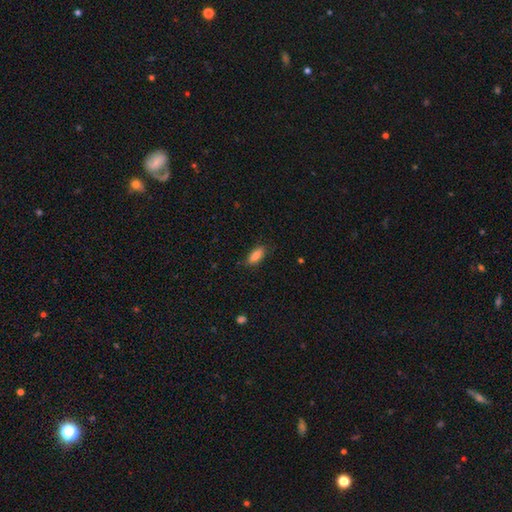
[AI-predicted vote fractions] Morphology: type=smooth (85%); roundness=in between (78%); merging=none (81%).